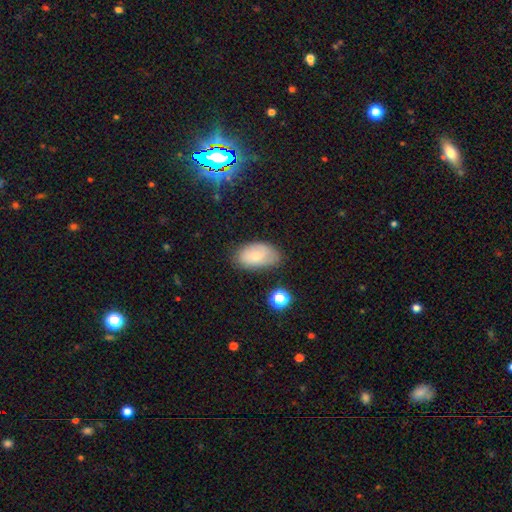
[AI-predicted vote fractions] Smooth or featured? Predicted: smooth (p=0.73). How rounded? Predicted: in between (p=0.93). Merging? Predicted: none (p=0.67).